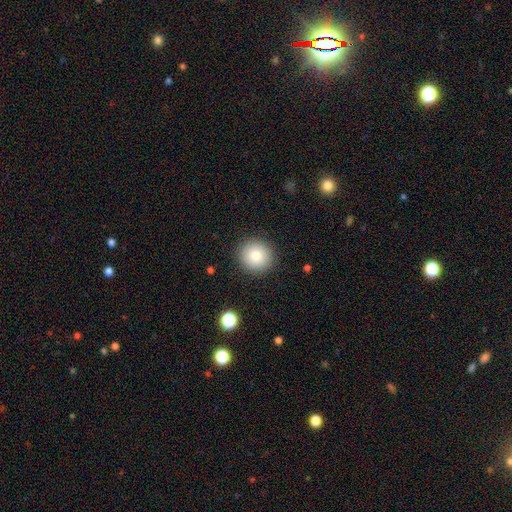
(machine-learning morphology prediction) Overall: smooth (80%). How rounded: round (94%). Merging: none (91%).